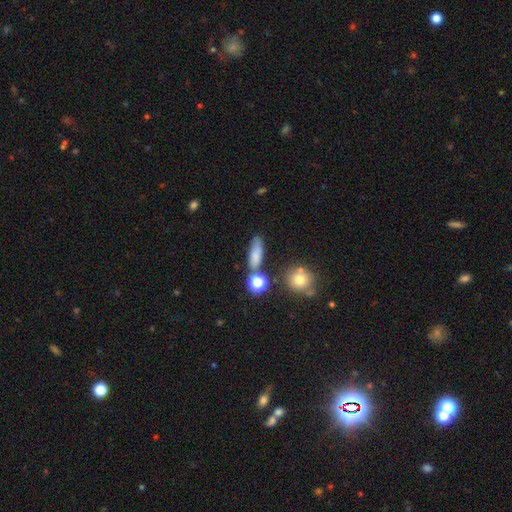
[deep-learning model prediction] Smooth or featured? Predicted: smooth (p=0.73). How rounded? Predicted: in between (p=0.49). Merging? Predicted: none (p=0.67).